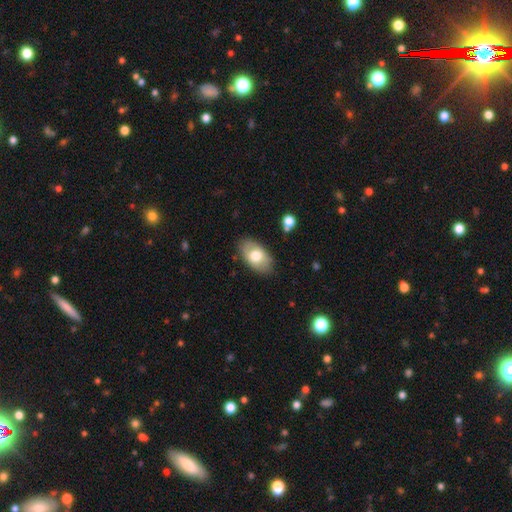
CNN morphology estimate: Smooth or featured: smooth — 70% (featured or disk — 23%)
How rounded: in between — 93% (round — 6%)
Merging: none — 83% (minor disturbance — 12%)